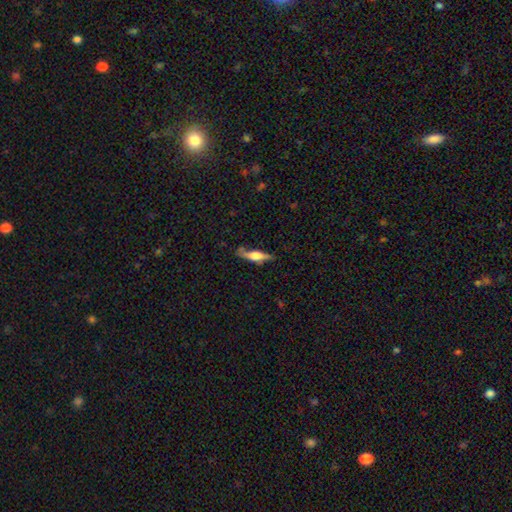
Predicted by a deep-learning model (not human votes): Smooth or featured?
  - featured or disk: 53% *
  - smooth: 41%
  - star or artifact: 6%
Edge-on disk?
  - yes: 90% *
  - no: 10%
Merging?
  - none: 71% *
  - minor disturbance: 20%
  - major disturbance: 6%
  - merger: 3%